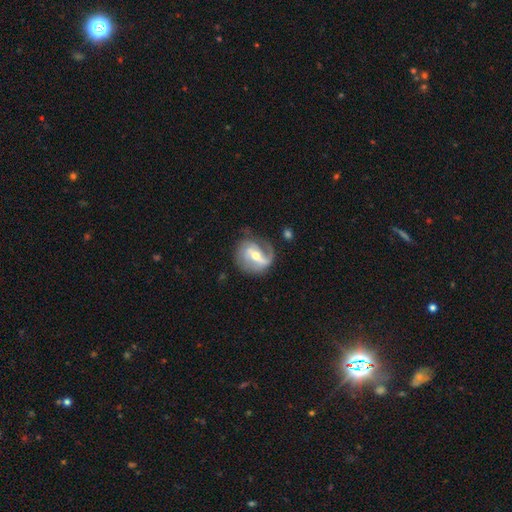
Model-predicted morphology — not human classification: A featured or disk galaxy (84%) with a weak bar (41%), 2 (64%) medium (41%) spiral arms (93%) and a moderate central bulge (61%).

Vote fractions:
- Smooth or featured? featured or disk: 84% / smooth: 11% / star or artifact: 6%
- Edge-on disk? no: 97% / yes: 3%
- Bar? weak: 41% / strong: 39% / no: 20%
- Spiral arms? yes: 93% / no: 7%
- Spiral winding? medium: 41% / loose: 40% / tight: 20%
- Spiral arm count? 2: 64% / 1: 21% / can't tell: 7% / 3: 4% / 4: 1% / more than 4: 1%
- Bulge size? moderate: 61% / small: 34% / large: 3% / none: 1% / dominant: 1%
- Merging? none: 65% / minor disturbance: 20% / major disturbance: 12% / merger: 2%